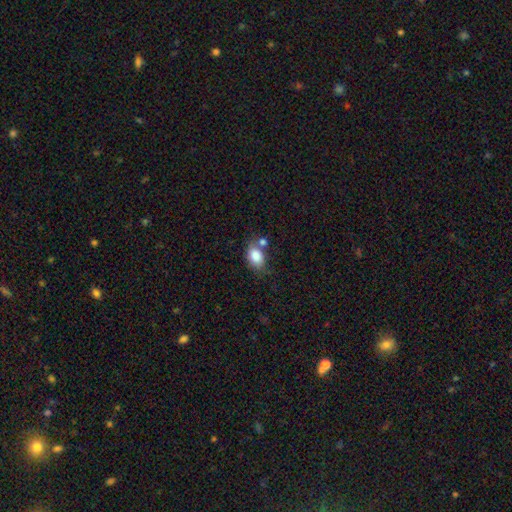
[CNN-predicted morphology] Smooth or featured?
  - smooth: 83% *
  - featured or disk: 8%
  - star or artifact: 8%
How rounded?
  - in between: 81% *
  - round: 18%
  - cigar-shaped: 1%
Merging?
  - none: 48% *
  - merger: 24%
  - minor disturbance: 21%
  - major disturbance: 7%